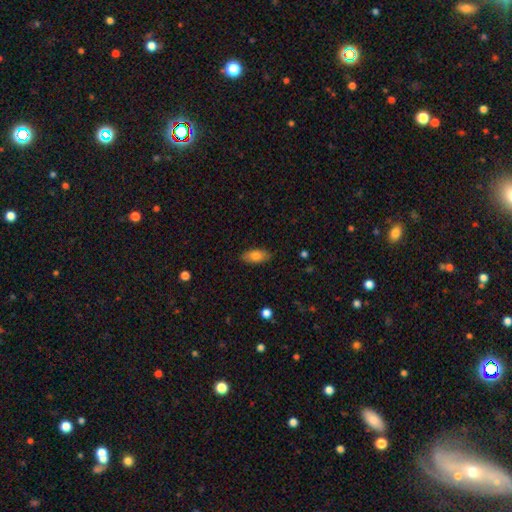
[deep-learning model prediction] A smooth galaxy with no disk features (78%) that is in between round and cigar-shaped (89%).

Vote fractions:
- Smooth or featured? smooth: 78% / featured or disk: 15% / star or artifact: 7%
- How rounded? in between: 89% / cigar-shaped: 8% / round: 4%
- Merging? none: 86% / minor disturbance: 11% / major disturbance: 2% / merger: 1%